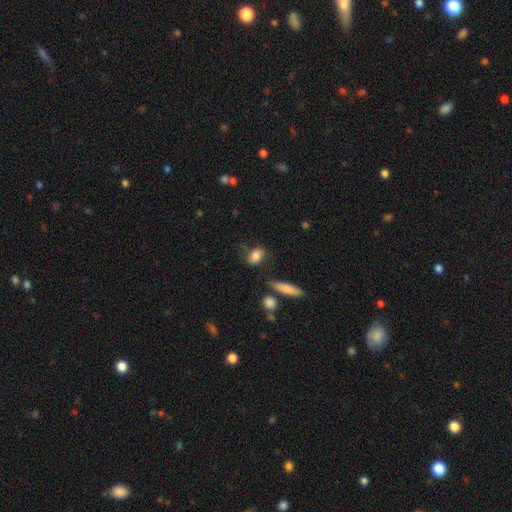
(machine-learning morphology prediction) A smooth galaxy with no disk features (80%) that is in between round and cigar-shaped (72%). Merging: none (65%).